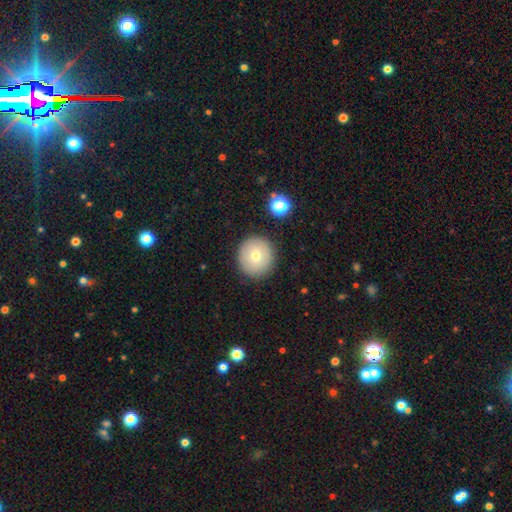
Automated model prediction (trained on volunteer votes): smooth_or_featured: smooth (p=0.72) [alt: featured or disk p=0.18]
how_rounded: round (p=0.91) [alt: in between p=0.08]
merging: none (p=0.88) [alt: minor disturbance p=0.08]